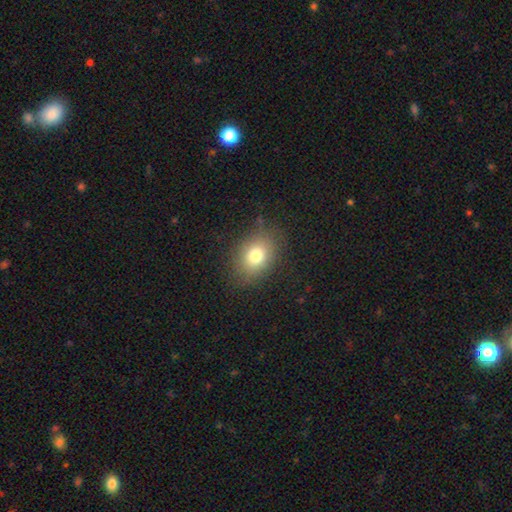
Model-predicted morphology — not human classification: A smooth galaxy with no disk features (77%) that is in between round and cigar-shaped (65%). Merging: none (82%).